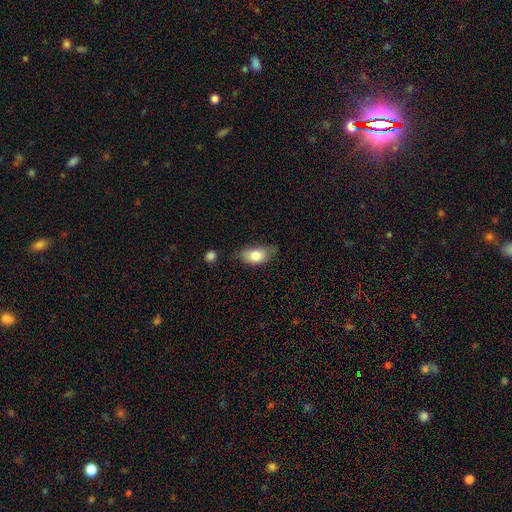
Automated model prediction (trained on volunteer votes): This appears to be a smooth galaxy with no disk features (79%) that is in between round and cigar-shaped (88%). Merging: none (57%).